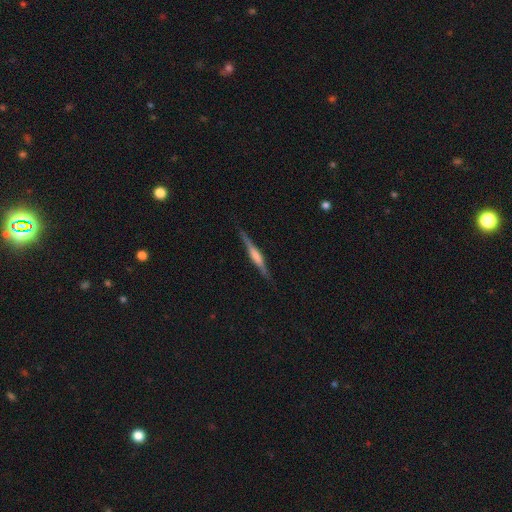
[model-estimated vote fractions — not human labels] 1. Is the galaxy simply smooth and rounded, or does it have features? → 70% featured or disk, 25% smooth, 6% star or artifact.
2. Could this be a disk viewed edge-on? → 97% yes, 3% no.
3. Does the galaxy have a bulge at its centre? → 42% rounded, 41% boxy, 17% none.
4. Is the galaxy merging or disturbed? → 87% none, 10% minor disturbance, 2% major disturbance, 1% merger.